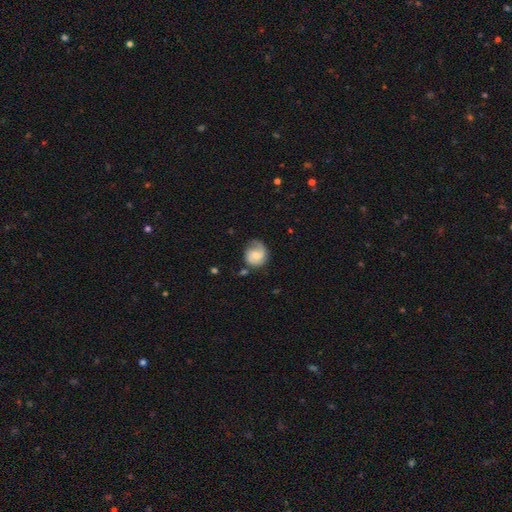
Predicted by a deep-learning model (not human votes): Morphology: type=featured or disk (57%); edge-on=no (98%); bar=no (61%); spiral arms=yes (89%); winding=medium (40%); arm count=2 (52%); bulge=small (47%); merging=none (58%).